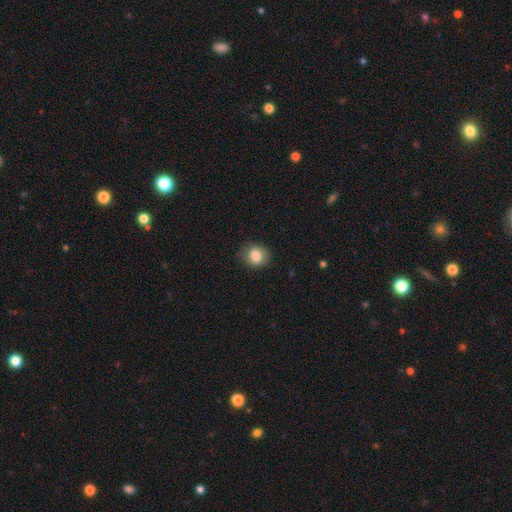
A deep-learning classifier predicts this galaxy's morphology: Smooth or featured? Predicted: smooth (p=0.84). How rounded? Predicted: round (p=0.62). Merging? Predicted: none (p=0.82).